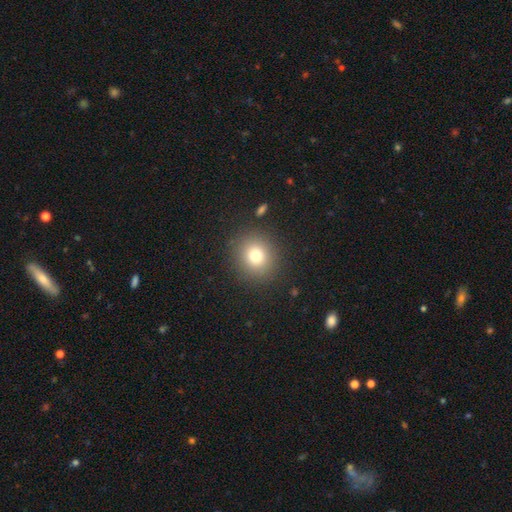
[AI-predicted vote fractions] This is likely a smooth galaxy (76%). How rounded: clearly round (87%). Merging: clearly none (88%).